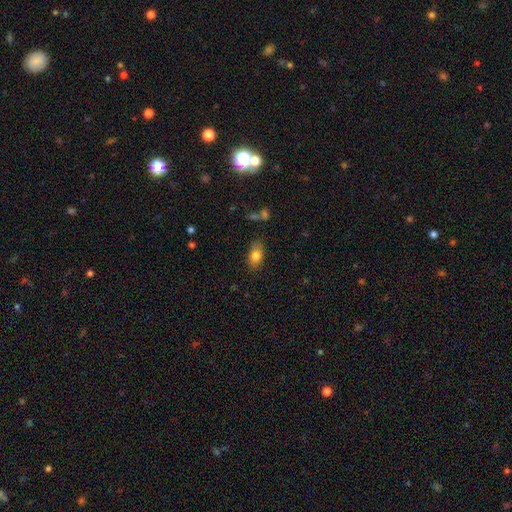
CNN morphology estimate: A smooth galaxy with no disk features (81%) that is in between round and cigar-shaped (86%). Merging: none (80%).